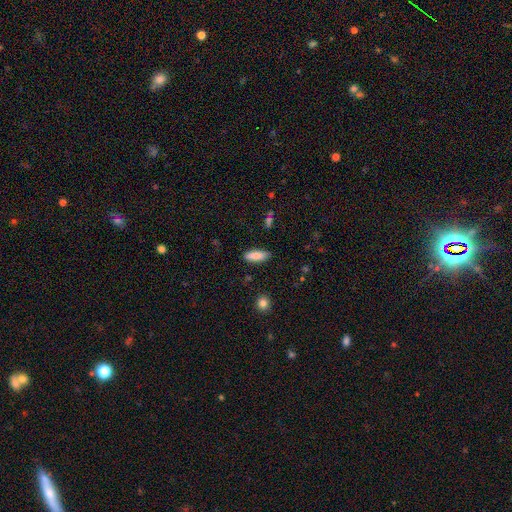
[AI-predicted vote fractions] smooth 87%, featured or disk 7%, star or artifact 7%. Down the decision tree: how rounded — in between (64%); merging — none (86%).